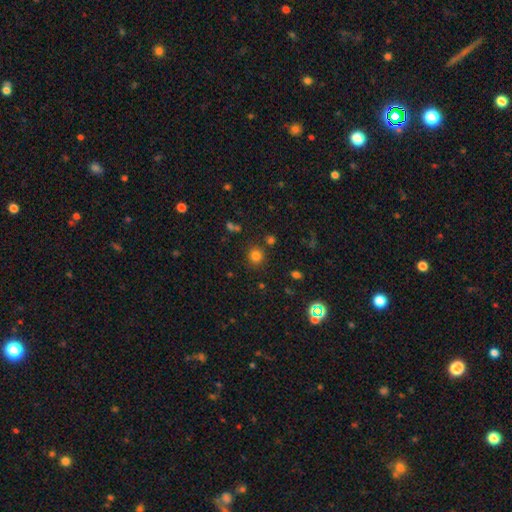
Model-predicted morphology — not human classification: type=smooth (79%); roundness=round (89%); merging=none (84%).